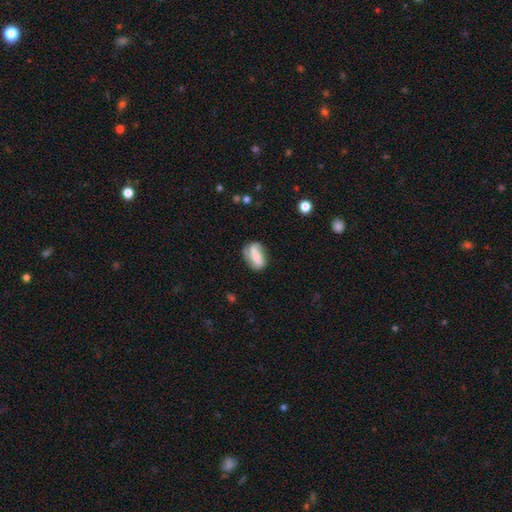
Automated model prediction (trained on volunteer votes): Smooth or featured?
  - smooth: 62% *
  - featured or disk: 30%
  - star or artifact: 8%
How rounded?
  - in between: 80% *
  - cigar-shaped: 13%
  - round: 8%
Merging?
  - none: 59% *
  - minor disturbance: 27%
  - major disturbance: 10%
  - merger: 4%